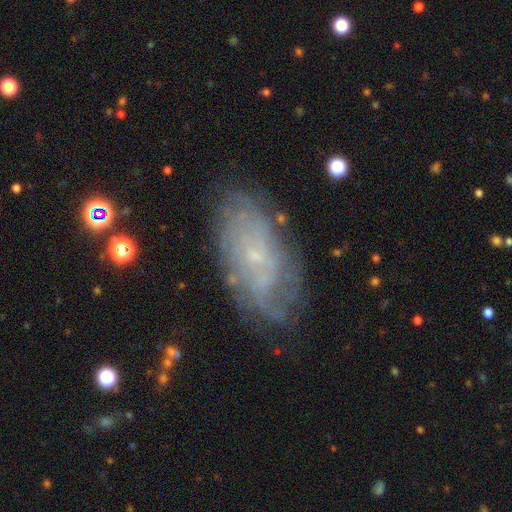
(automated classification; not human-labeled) The model was most divided on "spiral winding": tight: 66%, medium: 24%, loose: 10%. More confident: edge-on disk — no (92%); bulge size — small (85%); spiral arms — yes (81%); bar — no (81%); merging — none (74%); smooth or featured — featured or disk (70%); spiral arm count — can't tell (62%).